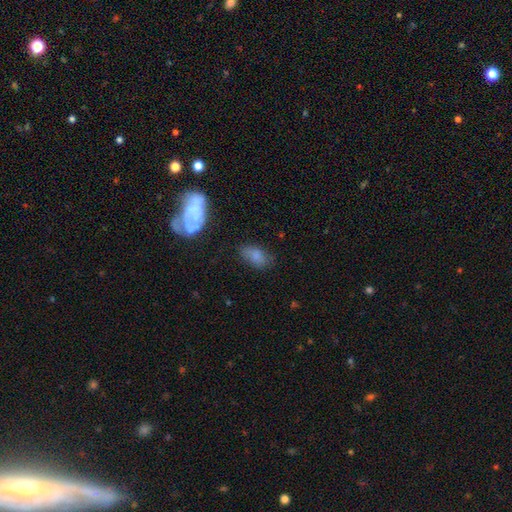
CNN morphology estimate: This is likely a smooth galaxy (77%). How rounded: clearly in between (90%). Merging: likely none (66%).